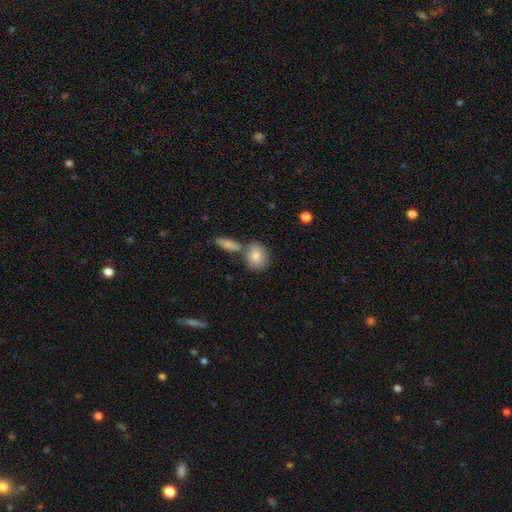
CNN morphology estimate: Smooth or featured?
  - smooth: 82% *
  - featured or disk: 11%
  - star or artifact: 7%
How rounded?
  - round: 51% *
  - in between: 46%
  - cigar-shaped: 2%
Merging?
  - none: 60% *
  - merger: 27%
  - minor disturbance: 10%
  - major disturbance: 3%